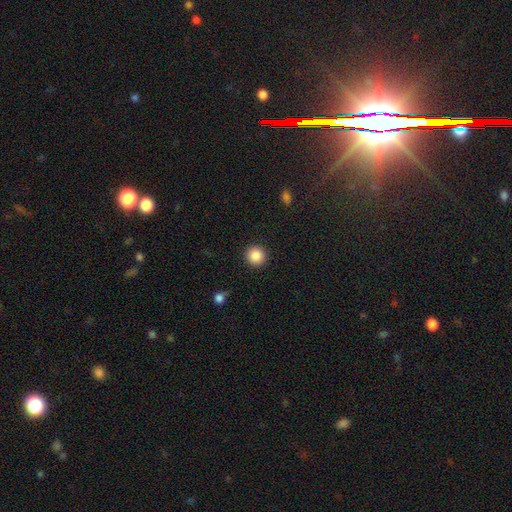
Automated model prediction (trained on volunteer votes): This is clearly a smooth galaxy (87%). How rounded: clearly round (95%). Merging: clearly none (92%).